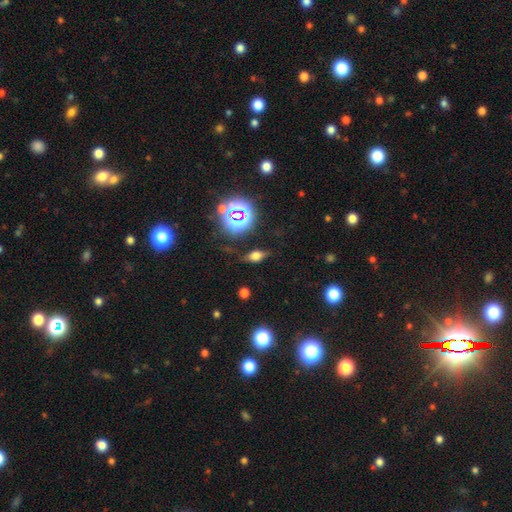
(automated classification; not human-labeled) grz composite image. It shows a smooth galaxy with no disk features (47%). Merging: none (74%).